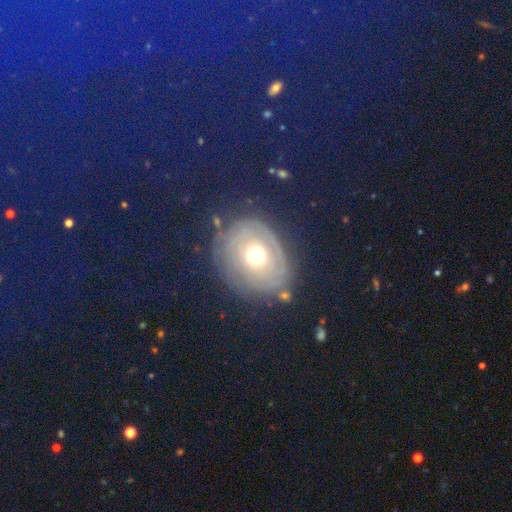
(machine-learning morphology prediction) A featured or disk galaxy (53%).

Vote fractions:
- Smooth or featured? featured or disk: 53% / smooth: 30% / star or artifact: 17%
- Edge-on disk? no: 92% / yes: 8%
- Merging? none: 71% / minor disturbance: 17% / major disturbance: 9% / merger: 3%